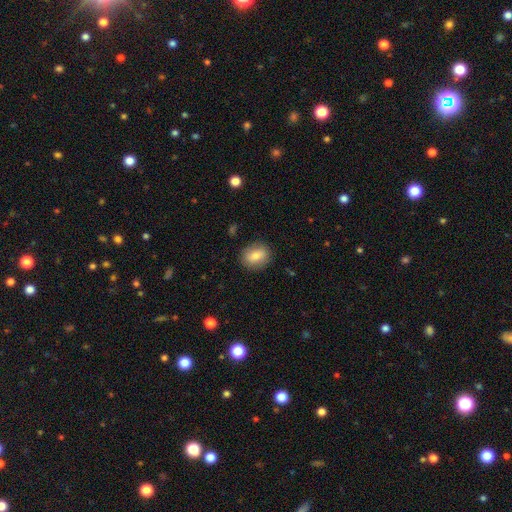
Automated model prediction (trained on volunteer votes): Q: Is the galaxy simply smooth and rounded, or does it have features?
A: smooth — 78%.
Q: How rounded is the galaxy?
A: in between — 52%.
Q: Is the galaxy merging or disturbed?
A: none — 85%.